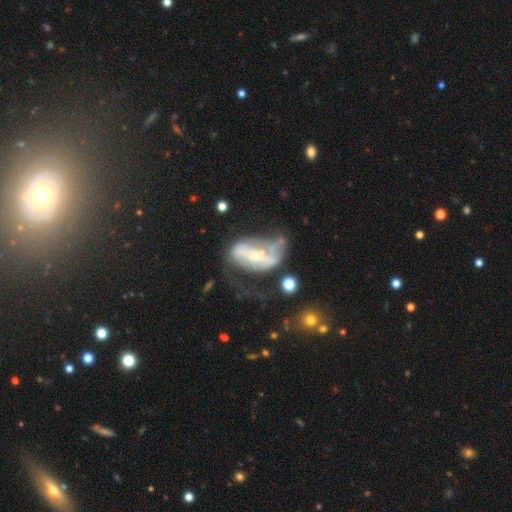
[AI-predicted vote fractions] Smooth or featured? featured or disk (74%)
Edge-on disk? no (92%)
Bar? strong (43%)
Spiral arms? yes (66%)
Bulge size? small (60%)
Merging? major disturbance (43%)